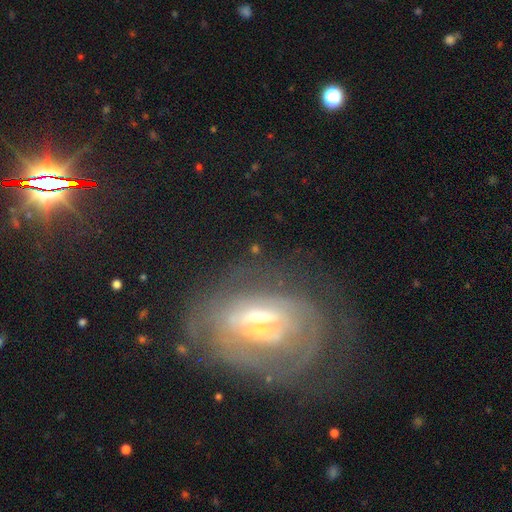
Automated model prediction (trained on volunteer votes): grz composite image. It shows a featured or disk galaxy (66%) with no bar (49%), no spiral arms (50%, tied with yes) and a moderate central bulge (38%). Merging: none (47%).